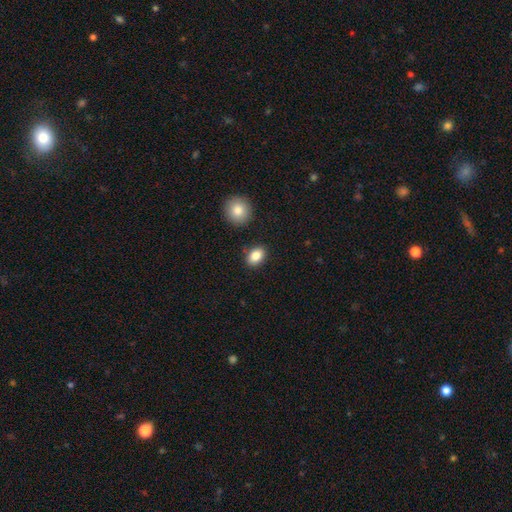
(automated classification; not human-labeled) smooth_or_featured: smooth (p=0.85) [alt: star or artifact p=0.08]
how_rounded: in between (p=0.75) [alt: round p=0.24]
merging: none (p=0.85) [alt: minor disturbance p=0.09]